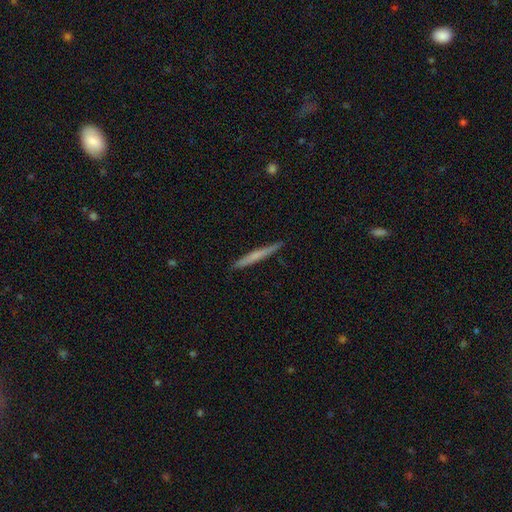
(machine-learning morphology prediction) type=smooth (56%); roundness=cigar-shaped (97%); merging=none (91%).